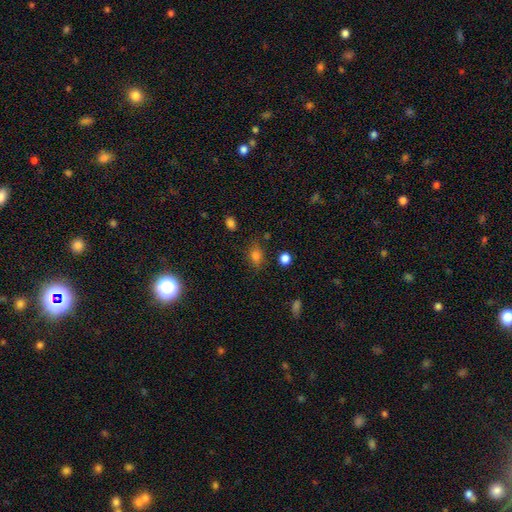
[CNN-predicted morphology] Smooth or featured?
  - smooth: 79% *
  - star or artifact: 14%
  - featured or disk: 7%
How rounded?
  - in between: 58% *
  - round: 40%
  - cigar-shaped: 2%
Merging?
  - none: 74% *
  - minor disturbance: 18%
  - major disturbance: 6%
  - merger: 3%